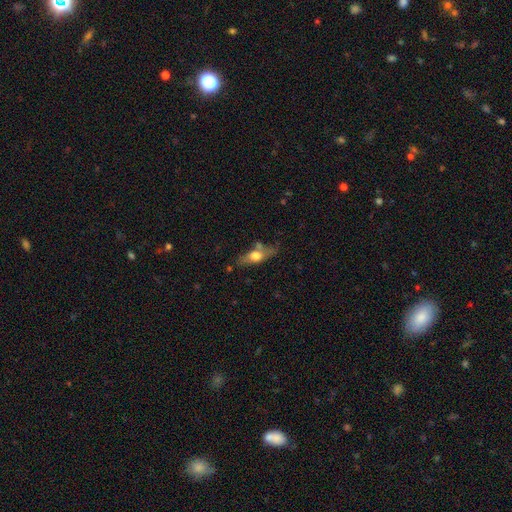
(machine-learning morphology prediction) Smooth or featured? Predicted: smooth (p=0.53). How rounded? Predicted: in between (p=0.55). Merging? Predicted: none (p=0.61).